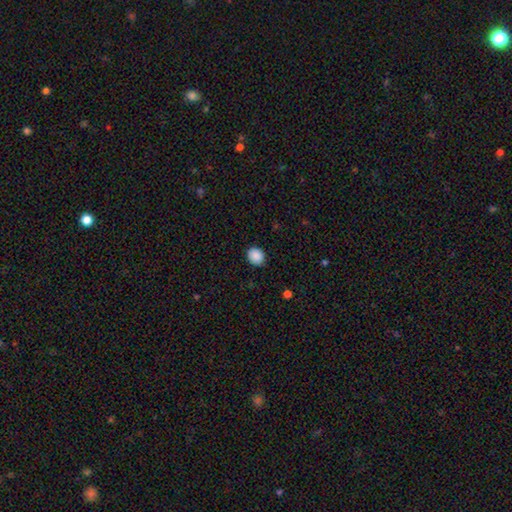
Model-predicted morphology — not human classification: The model was most divided on "how rounded": round: 67%, in between: 32%, cigar-shaped: 1%. More confident: smooth or featured — smooth (89%); merging — none (88%).